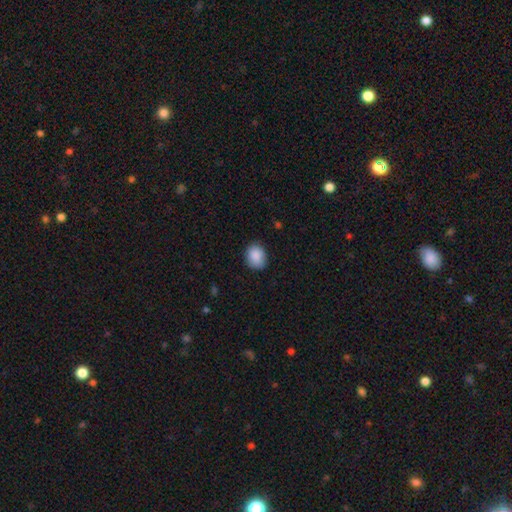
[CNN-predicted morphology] A smooth galaxy with no disk features (89%) that is round (57%).

Vote fractions:
- Smooth or featured? smooth: 89% / star or artifact: 8% / featured or disk: 4%
- How rounded? round: 57% / in between: 42% / cigar-shaped: 1%
- Merging? none: 80% / minor disturbance: 16% / major disturbance: 3% / merger: 1%